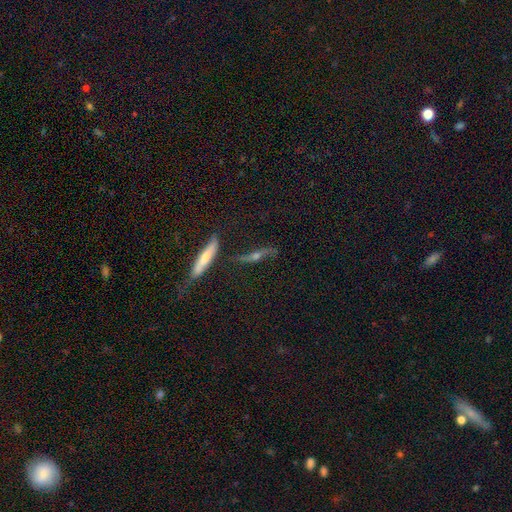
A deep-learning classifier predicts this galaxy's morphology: smooth_or_featured: featured or disk (p=0.64) [alt: smooth p=0.21]
disk_edge_on: yes (p=0.67) [alt: no p=0.33]
merging: none (p=0.68) [alt: minor disturbance p=0.17]